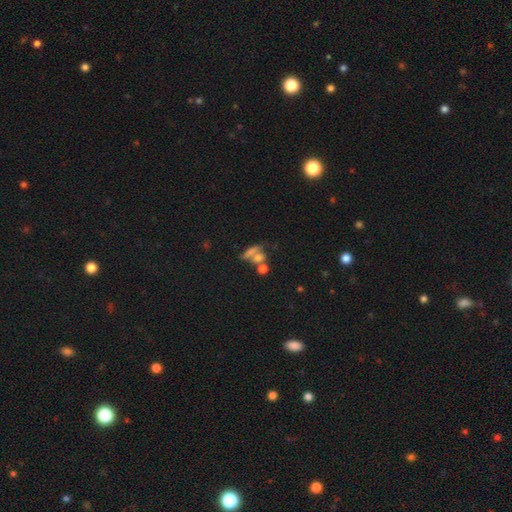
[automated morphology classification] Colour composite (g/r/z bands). It shows a smooth galaxy with no disk features (59%) that is in between round and cigar-shaped (44%). Merging: merger (45%).